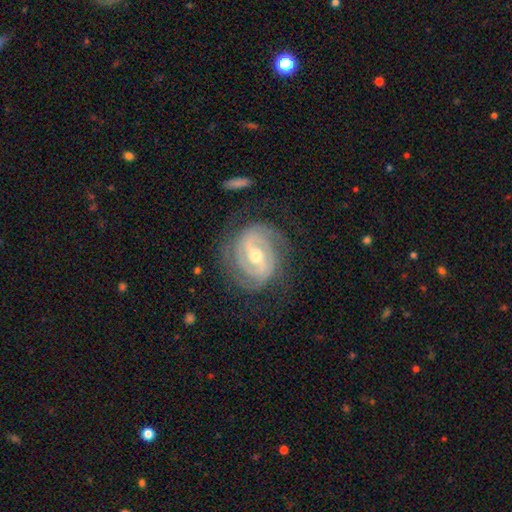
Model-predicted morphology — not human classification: featured or disk 89%, smooth 6%, star or artifact 4%. Down the decision tree: edge-on disk — no (97%); bar — weak (45%); spiral arms — yes (96%); spiral arm count — 2 (63%); spiral winding — tight (65%); bulge size — moderate (66%); merging — none (76%).